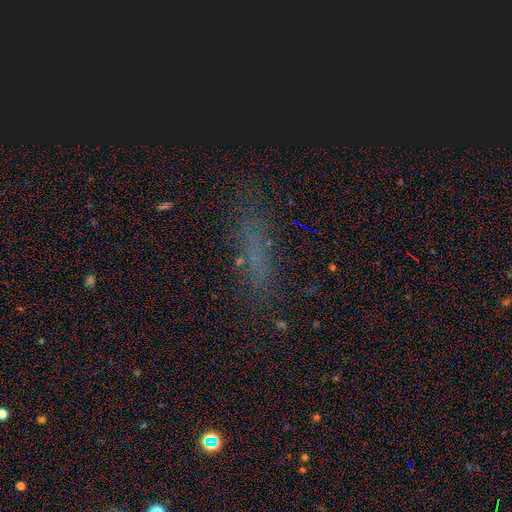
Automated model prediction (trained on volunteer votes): smooth 50%, star or artifact 28%, featured or disk 21%. Down the decision tree: how rounded — cigar-shaped (69%); merging — none (68%).